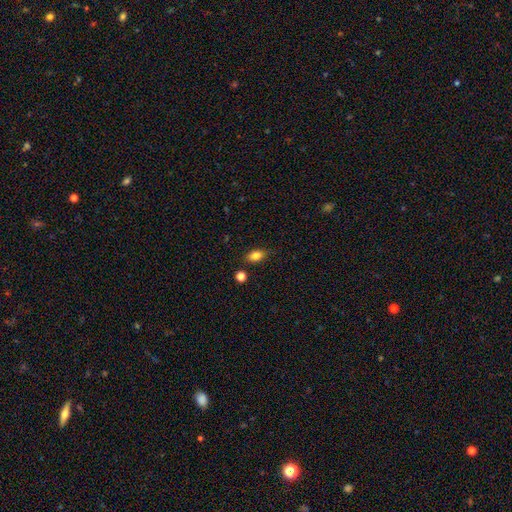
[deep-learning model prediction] smooth_or_featured: smooth (p=0.82) [alt: star or artifact p=0.10]
how_rounded: in between (p=0.83) [alt: round p=0.13]
merging: none (p=0.81) [alt: minor disturbance p=0.12]